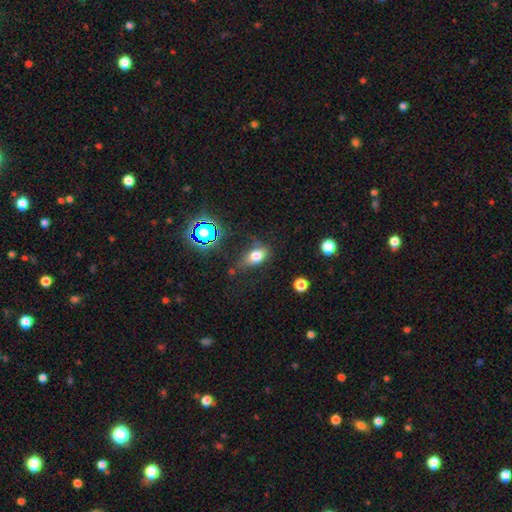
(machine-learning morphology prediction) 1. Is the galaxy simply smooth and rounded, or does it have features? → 74% smooth, 14% star or artifact, 11% featured or disk.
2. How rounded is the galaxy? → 81% in between, 15% round, 4% cigar-shaped.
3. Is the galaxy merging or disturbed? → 61% none, 24% minor disturbance, 10% major disturbance, 4% merger.